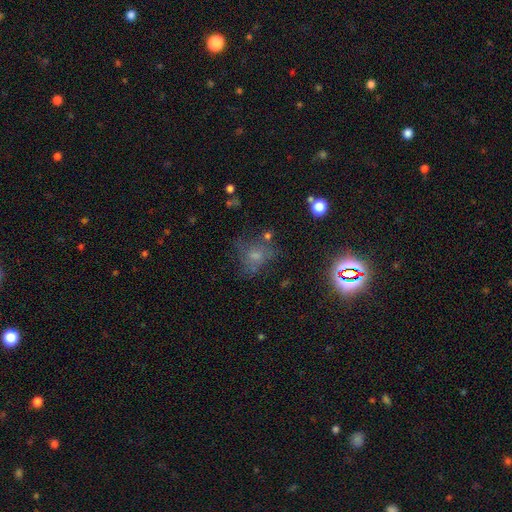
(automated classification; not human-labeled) Q: Smooth or featured?
A: smooth (47%); runner-up: star or artifact (28%)
Q: Merging?
A: none (51%); runner-up: minor disturbance (22%)